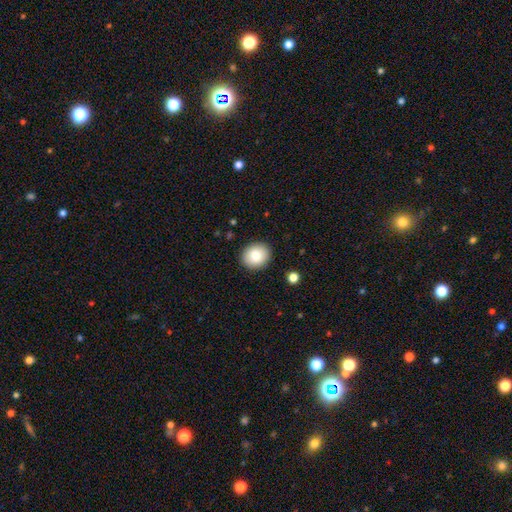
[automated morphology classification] This is clearly a smooth galaxy (83%). How rounded: likely round (68%). Merging: clearly none (90%).